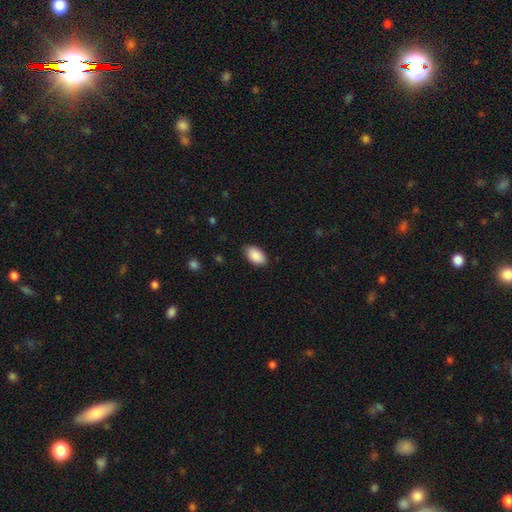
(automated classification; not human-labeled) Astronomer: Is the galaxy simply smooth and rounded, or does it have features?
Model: smooth — 90%.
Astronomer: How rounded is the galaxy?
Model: in between — 95%.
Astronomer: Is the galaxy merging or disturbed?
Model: none — 85%.